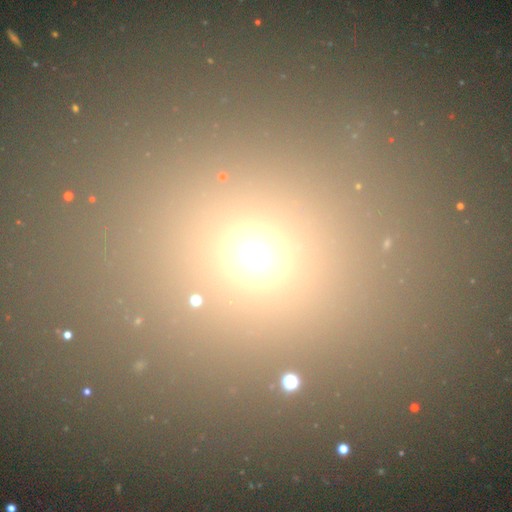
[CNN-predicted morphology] Smooth or featured? Predicted: smooth (p=0.65). How rounded? Predicted: round (p=0.71). Merging? Predicted: none (p=0.76).